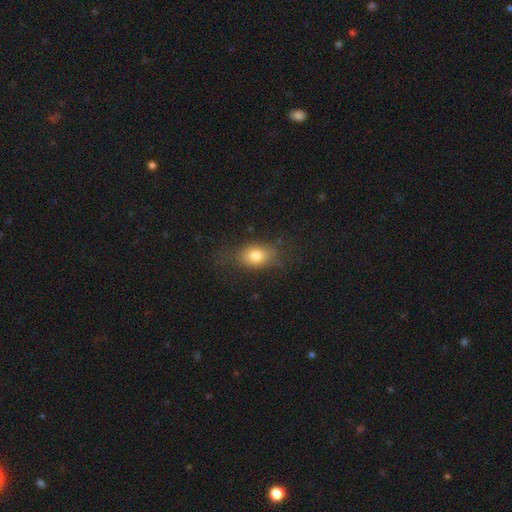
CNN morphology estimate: smooth 78%, featured or disk 11%, star or artifact 10%. Down the decision tree: how rounded — in between (76%); merging — none (70%).